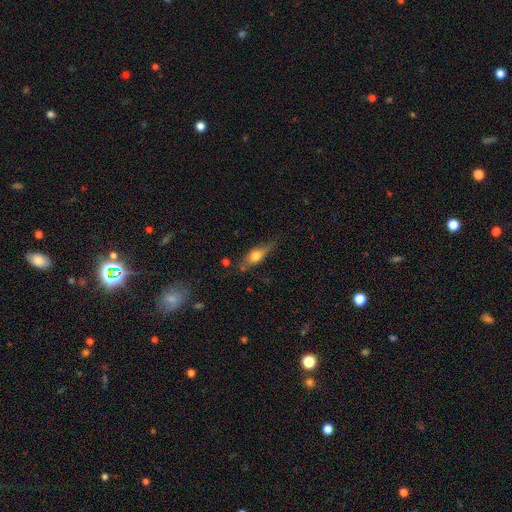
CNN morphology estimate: Smooth or featured? smooth (50%)
Merging? none (68%)